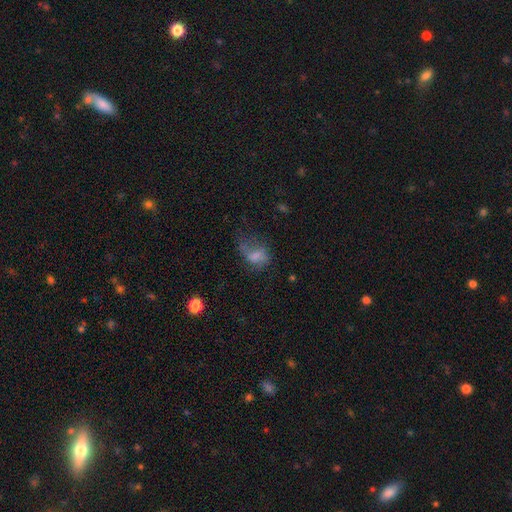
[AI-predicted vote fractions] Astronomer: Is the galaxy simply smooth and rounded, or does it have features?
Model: smooth — 56%.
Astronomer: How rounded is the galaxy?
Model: in between — 73%.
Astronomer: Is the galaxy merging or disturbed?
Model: major disturbance — 38% (runner-up: none, 31%).